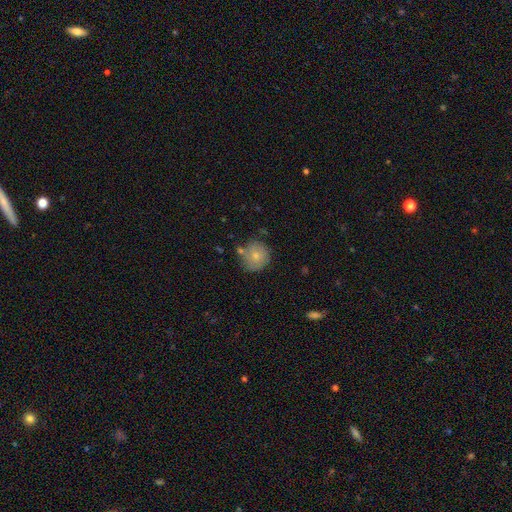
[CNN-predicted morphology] smooth 72%, featured or disk 20%, star or artifact 8%. Down the decision tree: how rounded — round (90%); merging — none (65%).